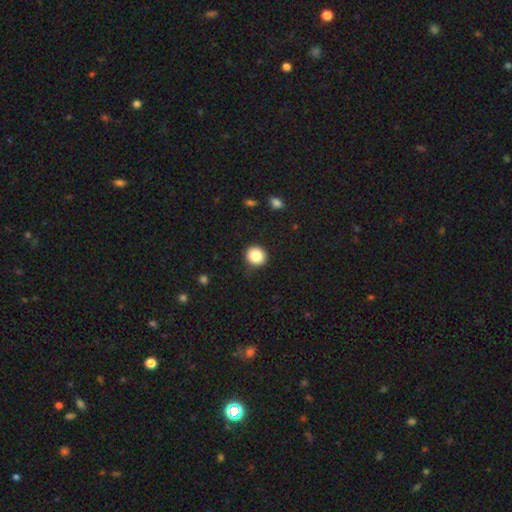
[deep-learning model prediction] Smooth or featured? smooth (85%)
How rounded? round (89%)
Merging? none (88%)